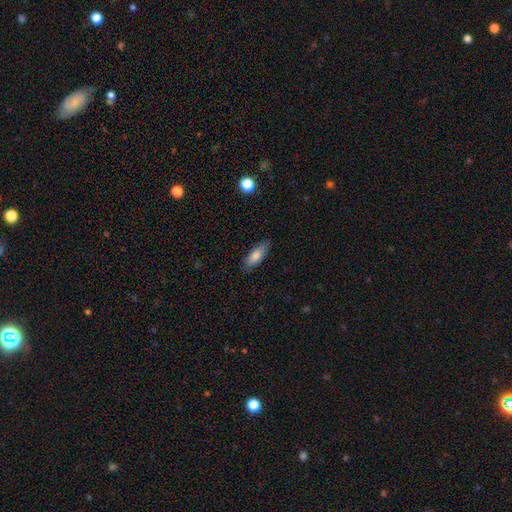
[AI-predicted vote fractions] The model was most divided on "how rounded": in between: 69%, cigar-shaped: 29%, round: 2%. More confident: merging — none (82%); smooth or featured — smooth (79%).